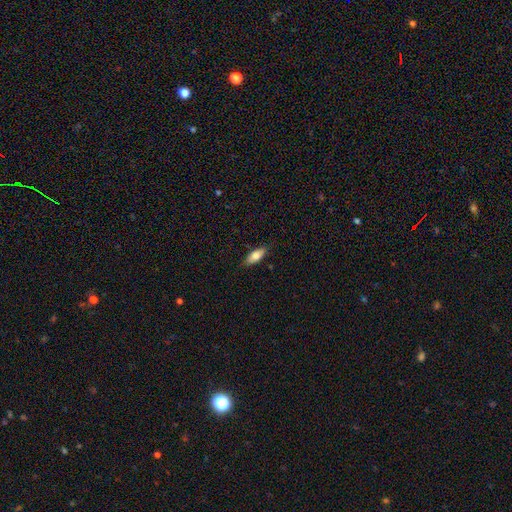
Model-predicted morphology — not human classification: A smooth galaxy with no disk features (78%) that is in between round and cigar-shaped (77%). Merging: none (85%).